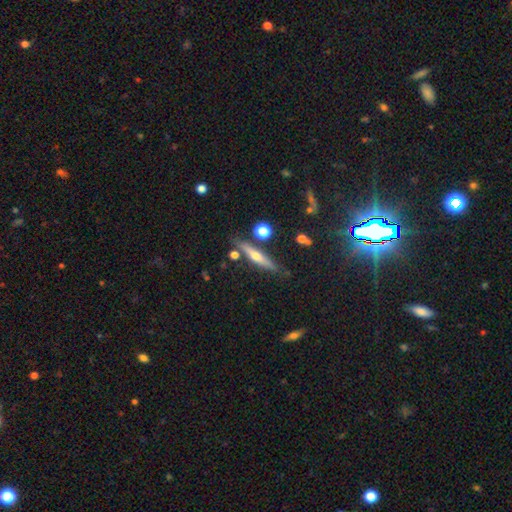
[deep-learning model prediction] Q: Smooth or featured?
A: featured or disk (57%); runner-up: smooth (35%)
Q: Edge-on disk?
A: yes (94%); runner-up: no (6%)
Q: Edge-on bulge?
A: rounded (87%); runner-up: none (10%)
Q: Merging?
A: none (80%); runner-up: minor disturbance (12%)